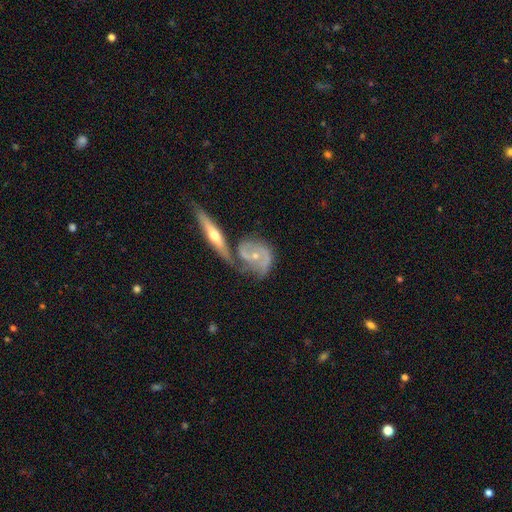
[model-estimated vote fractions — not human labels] Morphology: type=featured or disk (78%); edge-on=no (85%); bar=no (65%); spiral arms=yes (85%); winding=tight (43%); arm count=2 (61%); bulge=small (60%); merging=none (44%).